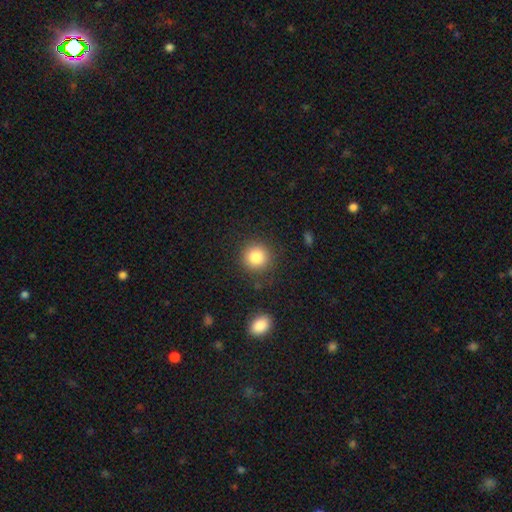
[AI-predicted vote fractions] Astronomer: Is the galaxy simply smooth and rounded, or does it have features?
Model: smooth — 84%.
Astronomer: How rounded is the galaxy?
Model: round — 93%.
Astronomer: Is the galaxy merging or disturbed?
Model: none — 87%.